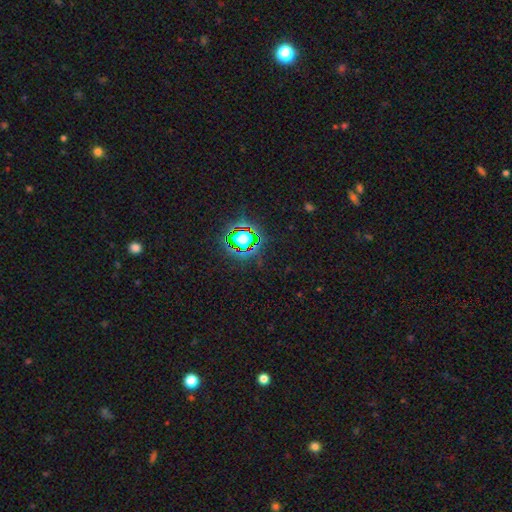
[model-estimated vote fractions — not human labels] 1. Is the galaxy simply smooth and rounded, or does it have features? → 80% star or artifact, 13% smooth, 7% featured or disk.